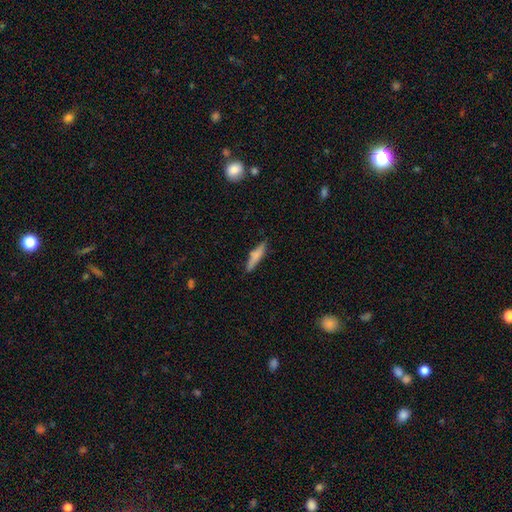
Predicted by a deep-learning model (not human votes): smooth-or-featured: smooth: 71% | featured or disk: 23% | star or artifact: 7%
  how-rounded: cigar-shaped: 84% | in between: 15% | round: 2%
  merging: none: 78% | minor disturbance: 16% | major disturbance: 3% | merger: 3%